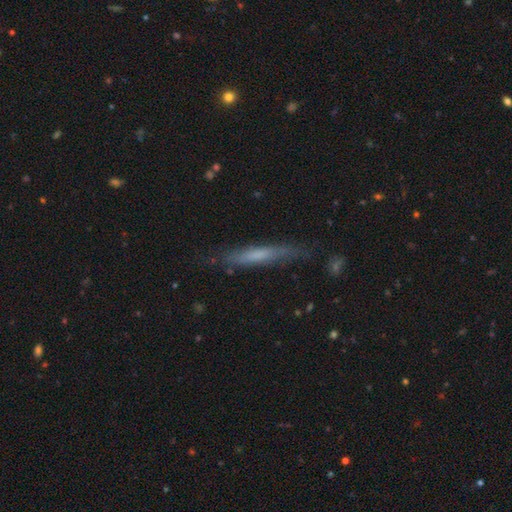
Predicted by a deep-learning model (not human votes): smooth 49%, featured or disk 43%, star or artifact 8%. Down the decision tree: merging — none (76%).